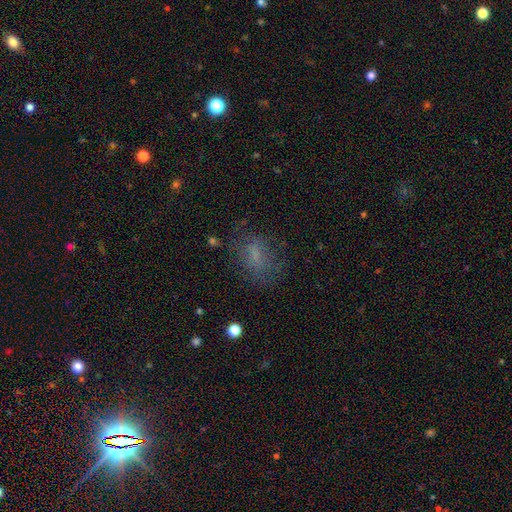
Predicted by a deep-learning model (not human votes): Smooth or featured? smooth (60%)
How rounded? in between (77%)
Merging? none (60%)